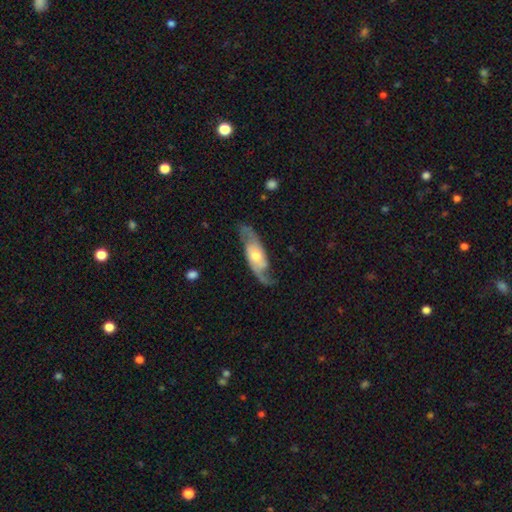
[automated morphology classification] Q: Smooth or featured?
A: featured or disk (79%); runner-up: smooth (16%)
Q: Edge-on disk?
A: no (85%); runner-up: yes (15%)
Q: Bar?
A: no (63%); runner-up: weak (29%)
Q: Spiral arms?
A: yes (93%); runner-up: no (7%)
Q: Spiral winding?
A: loose (42%); runner-up: medium (41%)
Q: Spiral arm count?
A: 2 (88%); runner-up: can't tell (6%)
Q: Bulge size?
A: moderate (64%); runner-up: small (24%)
Q: Merging?
A: none (75%); runner-up: minor disturbance (16%)